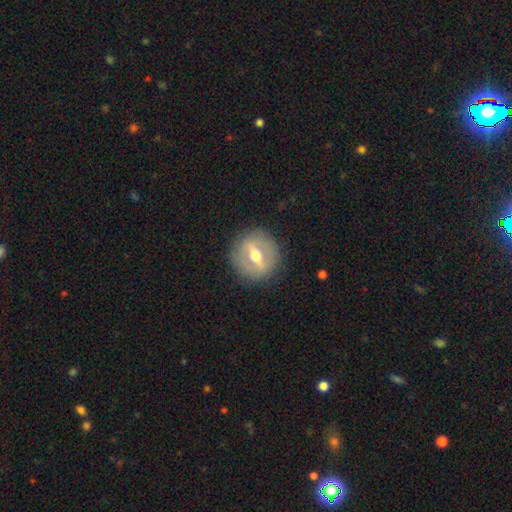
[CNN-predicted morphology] Smooth or featured? featured or disk (67%)
Edge-on disk? no (75%)
Bar? strong (62%)
Spiral arms? no (83%)
Bulge size? moderate (76%)
Merging? none (87%)